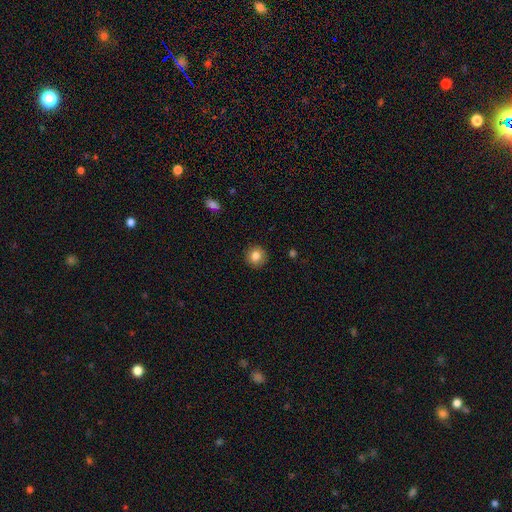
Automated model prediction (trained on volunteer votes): Smooth or featured: smooth — 84% (star or artifact — 9%)
How rounded: round — 93% (in between — 6%)
Merging: none — 91% (minor disturbance — 6%)